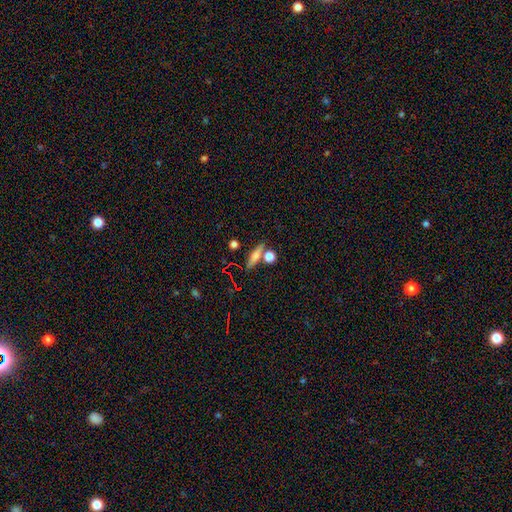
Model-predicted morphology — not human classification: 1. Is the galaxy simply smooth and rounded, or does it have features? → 65% smooth, 23% featured or disk, 12% star or artifact.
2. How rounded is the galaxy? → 62% cigar-shaped, 23% in between, 15% round.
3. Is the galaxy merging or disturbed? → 72% none, 14% merger, 10% minor disturbance, 4% major disturbance.